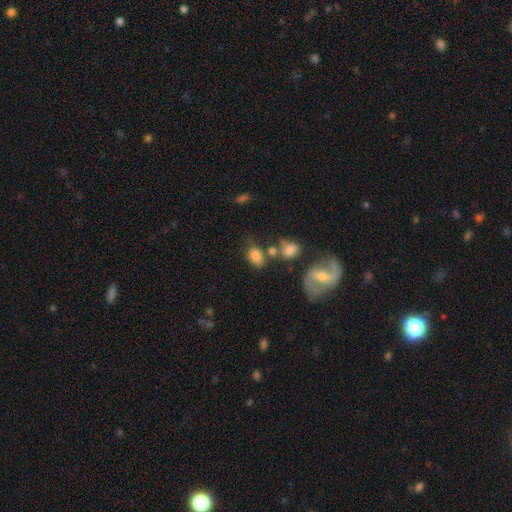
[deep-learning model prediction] Morphology: type=smooth (80%); roundness=in between (81%); merging=none (57%).